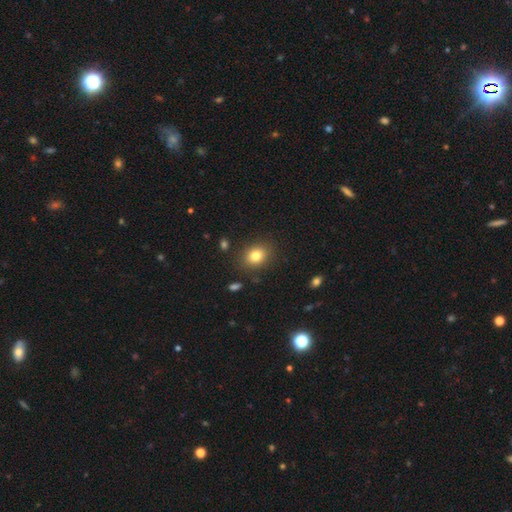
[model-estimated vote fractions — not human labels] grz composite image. It shows a smooth galaxy with no disk features (81%) that is in between round and cigar-shaped (52%). Merging: none (86%).